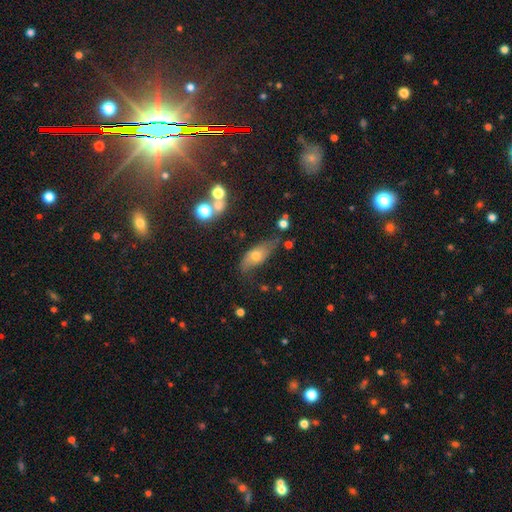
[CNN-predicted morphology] Smooth or featured? smooth (58%)
How rounded? in between (76%)
Merging? none (49%)